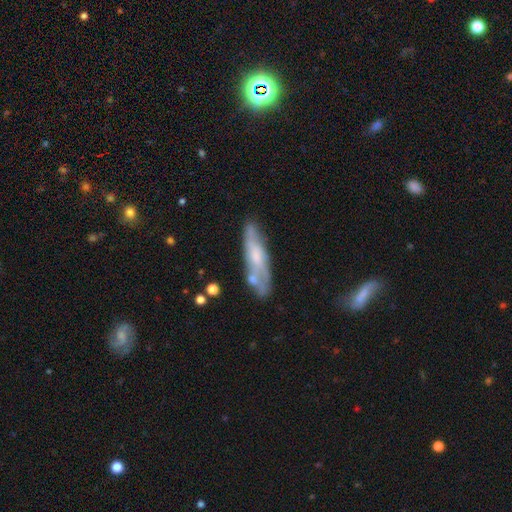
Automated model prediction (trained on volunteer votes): featured or disk 53%, smooth 40%, star or artifact 7%. Down the decision tree: edge-on disk — no (54%); merging — none (64%).